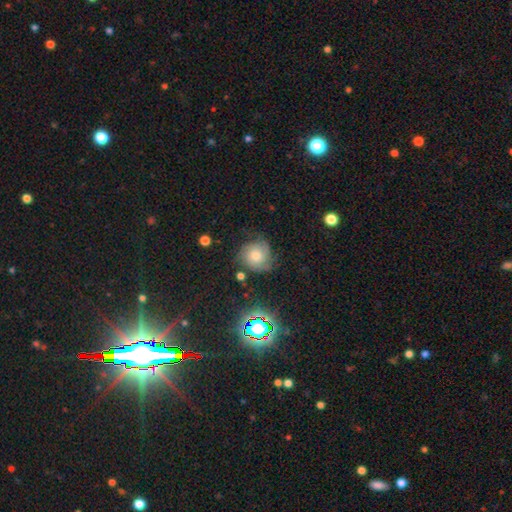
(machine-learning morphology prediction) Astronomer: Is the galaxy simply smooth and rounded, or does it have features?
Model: featured or disk — 44% (runner-up: smooth, 39%).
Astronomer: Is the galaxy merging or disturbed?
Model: none — 64%.